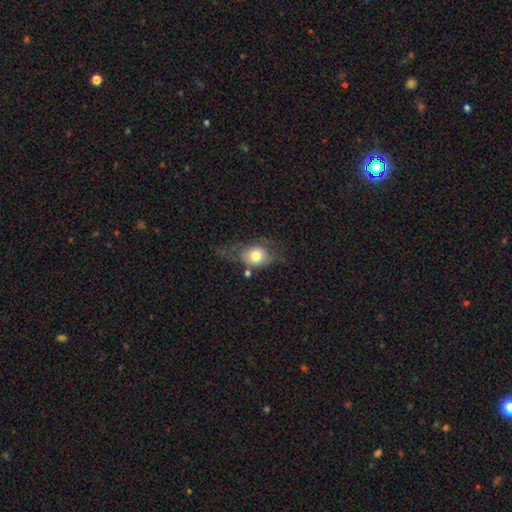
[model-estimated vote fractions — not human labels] smooth_or_featured: smooth (p=0.70) [alt: featured or disk p=0.22]
how_rounded: in between (p=0.55) [alt: round p=0.43]
merging: none (p=0.36) [alt: major disturbance p=0.29]